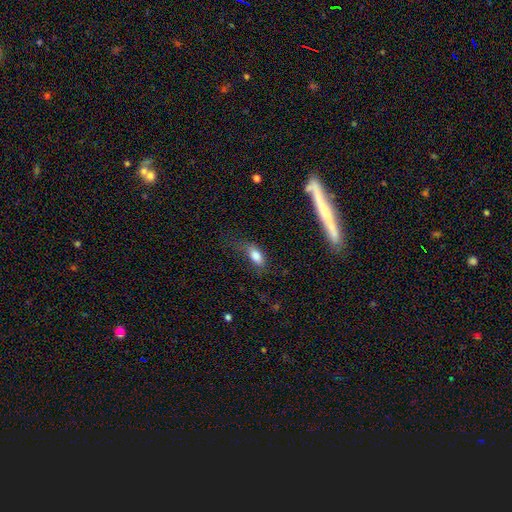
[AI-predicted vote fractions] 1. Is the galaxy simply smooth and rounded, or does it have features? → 80% smooth, 10% featured or disk, 9% star or artifact.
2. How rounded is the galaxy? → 85% in between, 8% cigar-shaped, 7% round.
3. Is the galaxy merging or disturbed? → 45% none, 26% minor disturbance, 25% major disturbance, 3% merger.